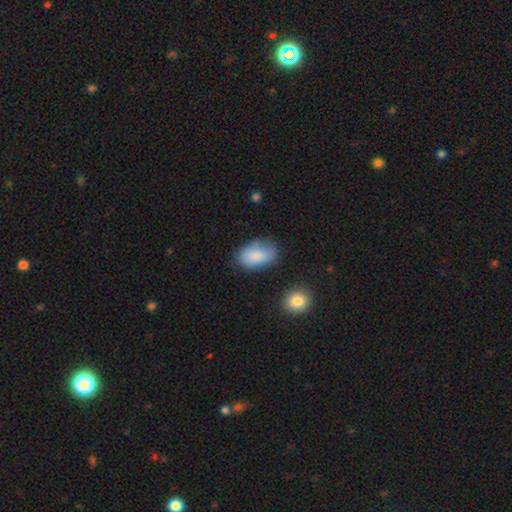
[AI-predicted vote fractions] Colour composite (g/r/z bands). It shows a smooth galaxy with no disk features (84%) that is in between round and cigar-shaped (90%). Merging: none (61%).